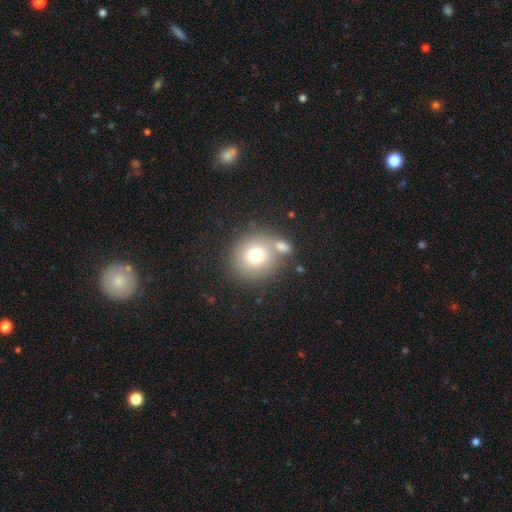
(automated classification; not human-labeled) Morphology: type=smooth (74%); roundness=round (87%); merging=none (60%).